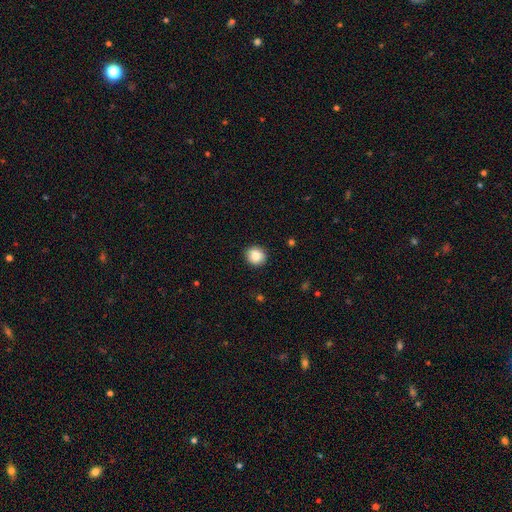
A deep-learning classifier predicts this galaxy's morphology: smooth-or-featured: smooth: 88% | star or artifact: 8% | featured or disk: 4%
  how-rounded: round: 85% | in between: 14% | cigar-shaped: 1%
  merging: none: 90% | minor disturbance: 7% | major disturbance: 2% | merger: 1%